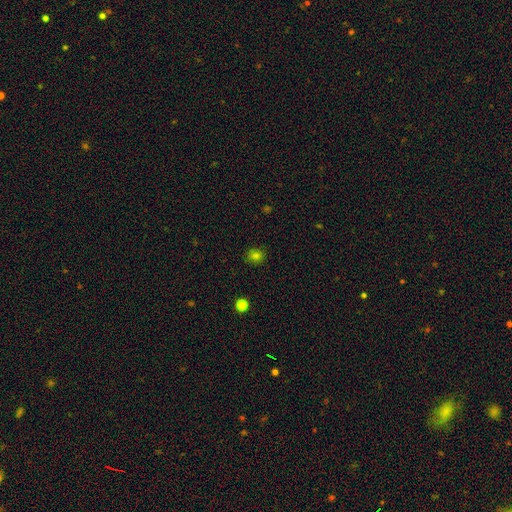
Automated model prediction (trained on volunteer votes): Morphology: type=smooth (78%); roundness=round (79%); merging=none (87%).